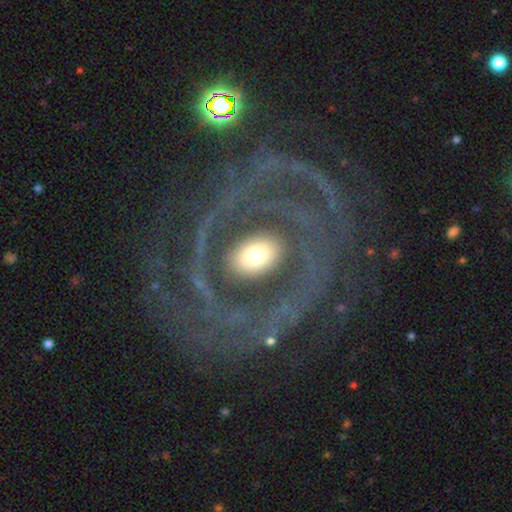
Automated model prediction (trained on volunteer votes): Overall: featured or disk (71%). Edge-on disk: no (94%). Bar: no (73%). Spiral arms: yes (71%). Bulge size: moderate (47%; small 28%). Merging: none (69%).